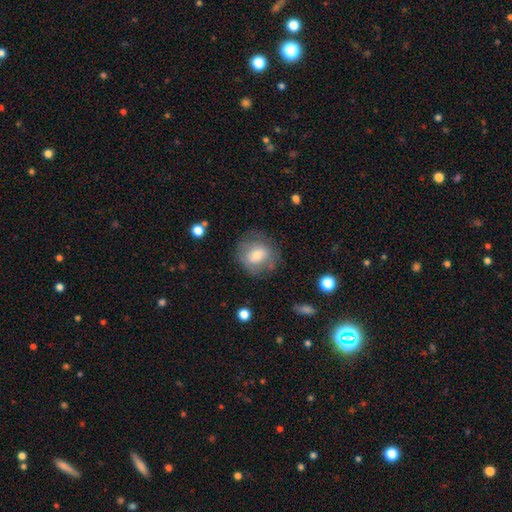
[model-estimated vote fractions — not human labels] Morphology: type=smooth (64%); roundness=round (80%); merging=none (72%).